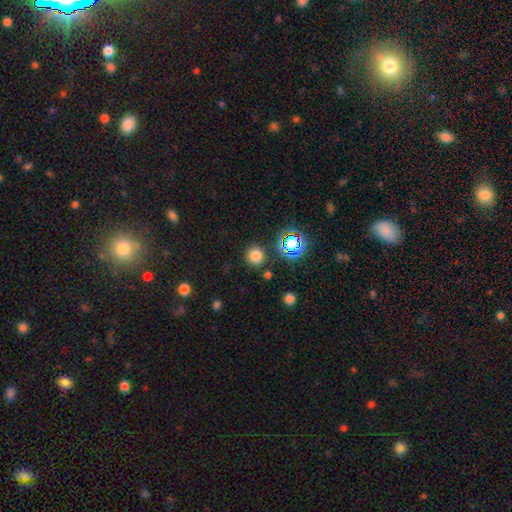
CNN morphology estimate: This is likely a smooth galaxy (75%). How rounded: clearly round (90%). Merging: clearly none (86%).